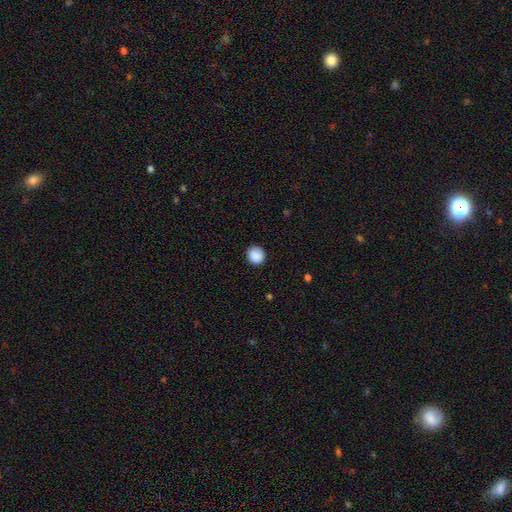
smooth 90%, star or artifact 10%, featured or disk 0%. Down the decision tree: how rounded — round (94%); merging — none (91%).